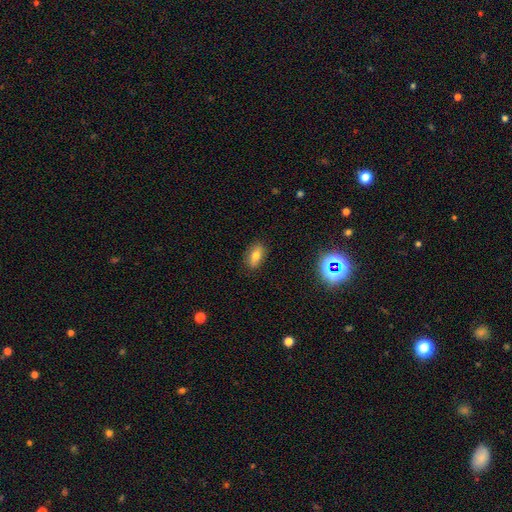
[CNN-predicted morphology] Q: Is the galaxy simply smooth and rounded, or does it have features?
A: smooth — 72%.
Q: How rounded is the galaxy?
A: in between — 84%.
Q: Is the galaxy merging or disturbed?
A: none — 87%.